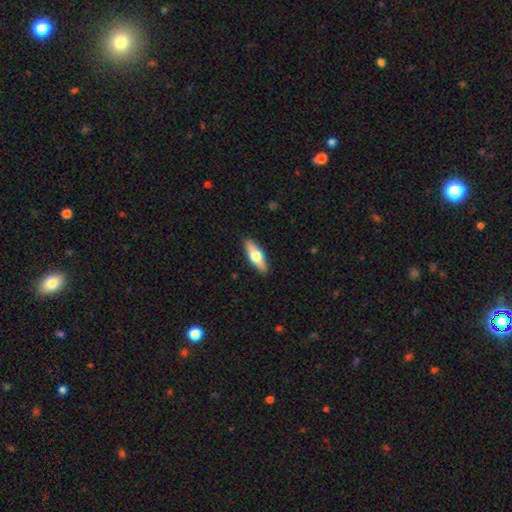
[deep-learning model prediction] Smooth or featured? smooth (54%)
How rounded? in between (58%)
Merging? none (89%)